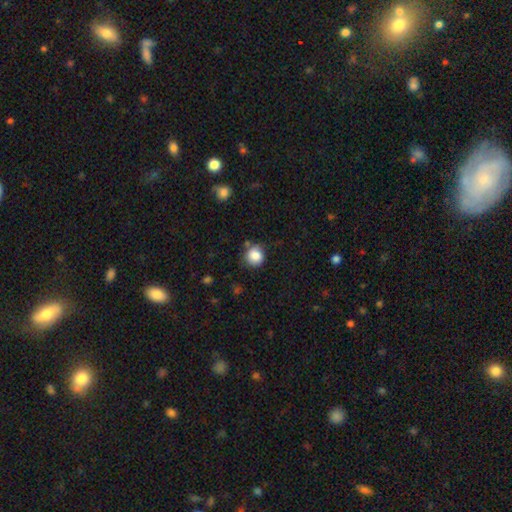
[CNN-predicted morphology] smooth-or-featured: smooth: 85% | star or artifact: 9% | featured or disk: 6%
  how-rounded: round: 86% | in between: 13% | cigar-shaped: 1%
  merging: none: 70% | minor disturbance: 21% | major disturbance: 5% | merger: 5%